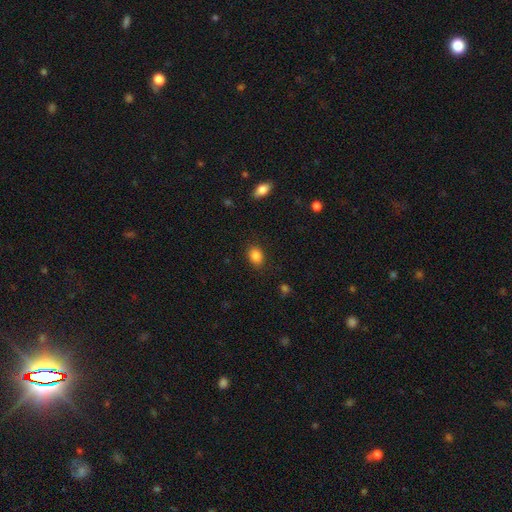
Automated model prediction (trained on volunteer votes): smooth_or_featured: smooth (p=0.86) [alt: star or artifact p=0.09]
how_rounded: in between (p=0.65) [alt: round p=0.33]
merging: none (p=0.86) [alt: minor disturbance p=0.10]